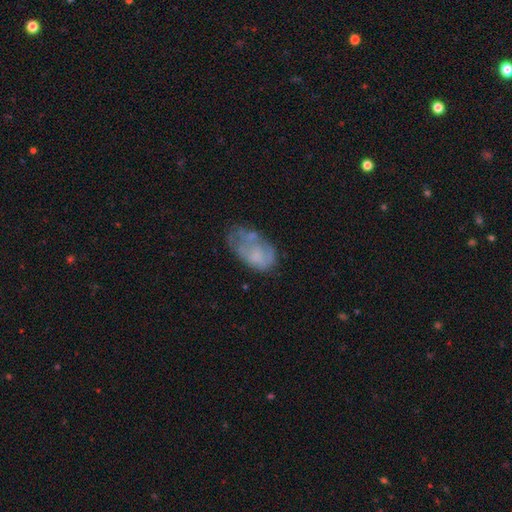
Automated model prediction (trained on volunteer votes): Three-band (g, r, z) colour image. It shows a smooth galaxy with no disk features (47%). Merging: none (35%).